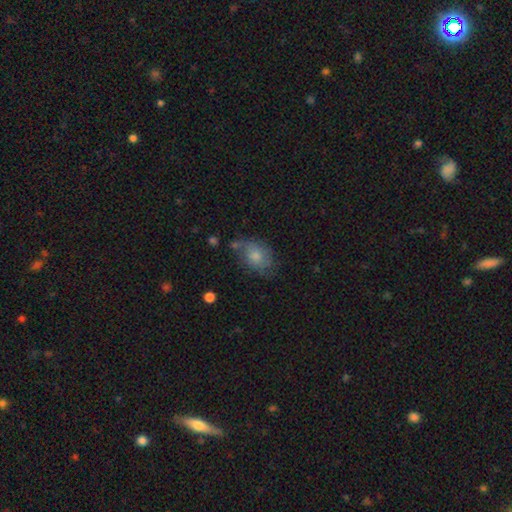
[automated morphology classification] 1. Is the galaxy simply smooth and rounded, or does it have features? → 66% smooth, 26% featured or disk, 8% star or artifact.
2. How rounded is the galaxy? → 78% in between, 21% round, 2% cigar-shaped.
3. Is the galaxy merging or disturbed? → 49% none, 31% minor disturbance, 15% major disturbance, 6% merger.